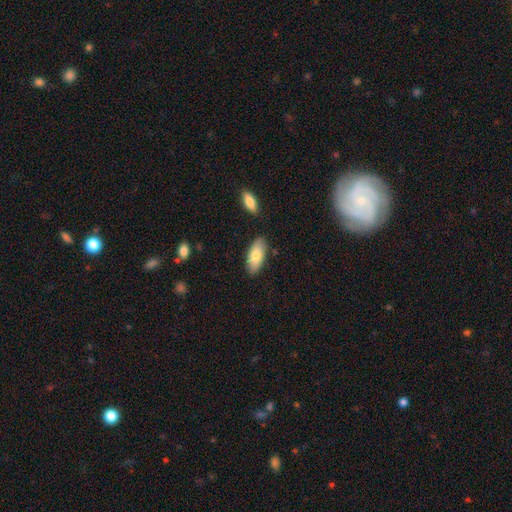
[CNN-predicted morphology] smooth-or-featured: smooth: 78% | featured or disk: 16% | star or artifact: 6%
  how-rounded: in between: 87% | cigar-shaped: 11% | round: 2%
  merging: none: 82% | minor disturbance: 12% | merger: 4% | major disturbance: 2%